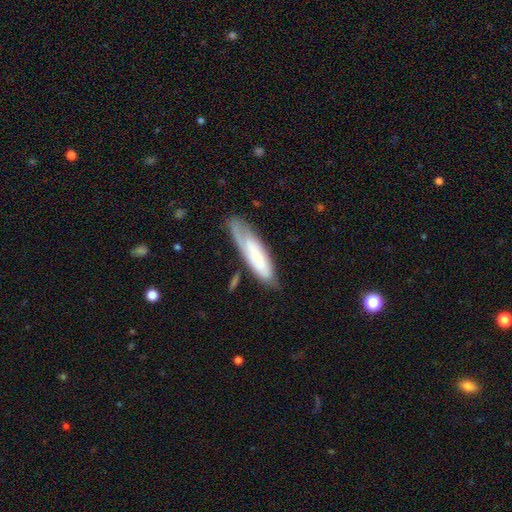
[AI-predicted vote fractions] Overall: smooth (53%; featured or disk 41%). How rounded: cigar-shaped (60%; in between 39%). Merging: none (61%; minor disturbance 26%).